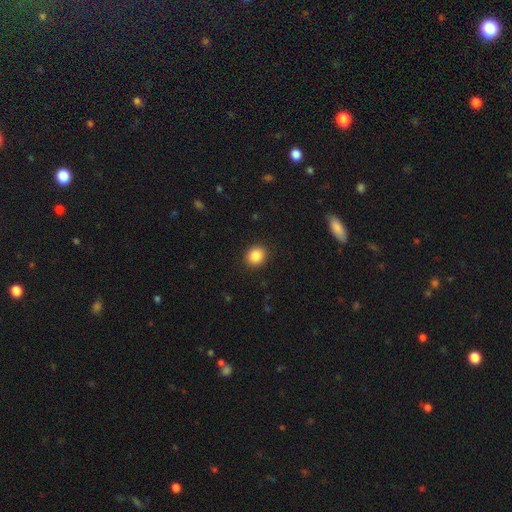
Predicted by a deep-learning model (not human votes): Overall: smooth (87%). How rounded: round (71%). Merging: none (90%).